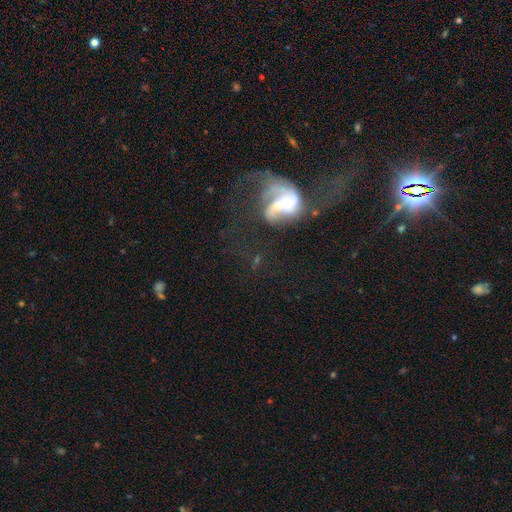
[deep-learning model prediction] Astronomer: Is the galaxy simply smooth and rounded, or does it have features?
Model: featured or disk — 75%.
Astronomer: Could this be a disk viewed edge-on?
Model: no — 97%.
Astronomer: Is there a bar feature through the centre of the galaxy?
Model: weak — 41%, tied with no at 41%.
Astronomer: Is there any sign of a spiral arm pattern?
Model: yes — 82%.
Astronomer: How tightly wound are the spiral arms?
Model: loose — 57% (runner-up: medium, 32%).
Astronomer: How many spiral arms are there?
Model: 2 — 53%.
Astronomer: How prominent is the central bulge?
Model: moderate — 52%.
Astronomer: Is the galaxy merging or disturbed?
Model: major disturbance — 45% (runner-up: none, 24%).